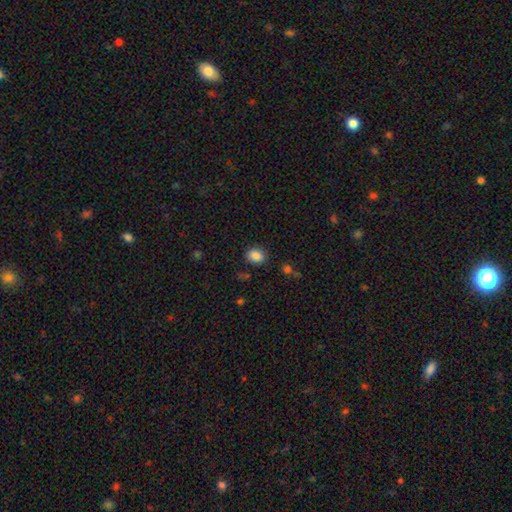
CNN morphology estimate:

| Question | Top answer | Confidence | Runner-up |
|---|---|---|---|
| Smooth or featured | smooth | 86% | star or artifact (10%) |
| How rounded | in between | 54% | round (45%) |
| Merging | none | 82% | minor disturbance (12%) |